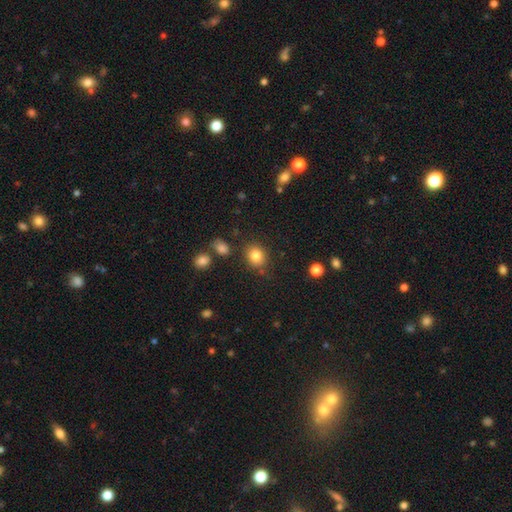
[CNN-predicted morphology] type=smooth (82%); roundness=round (72%); merging=none (80%).